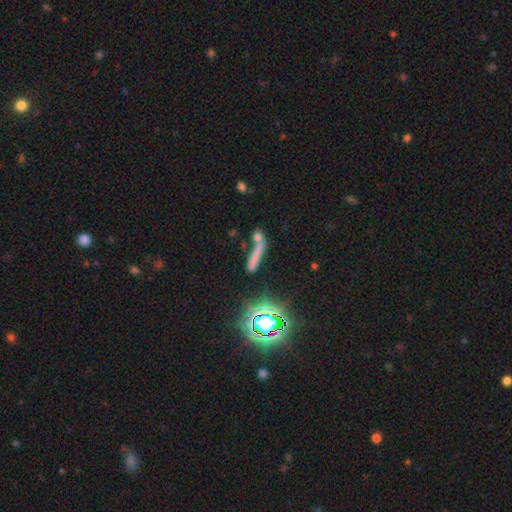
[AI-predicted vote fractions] Morphology: type=smooth (55%); roundness=cigar-shaped (80%); merging=none (46%).